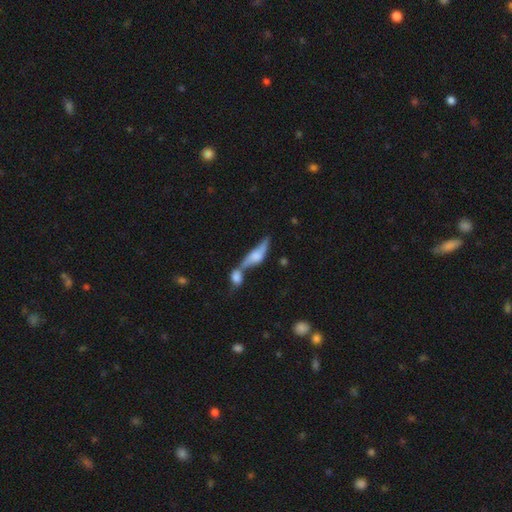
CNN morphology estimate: Smooth or featured? Predicted: featured or disk (p=0.49). Merging? Predicted: merger (p=0.64).